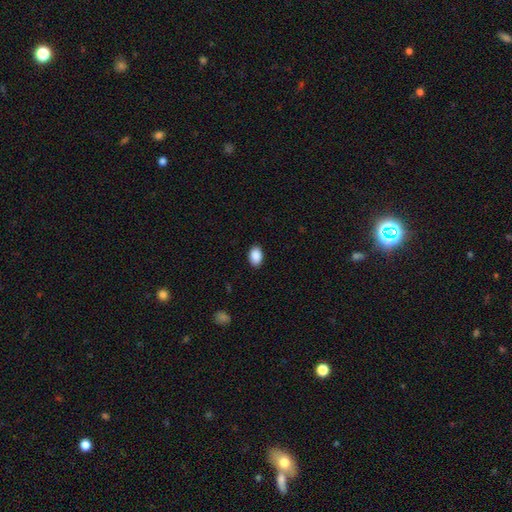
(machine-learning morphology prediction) The model was most divided on "how rounded": in between: 87%, round: 12%, cigar-shaped: 1%. More confident: smooth or featured — smooth (90%); merging — none (89%).